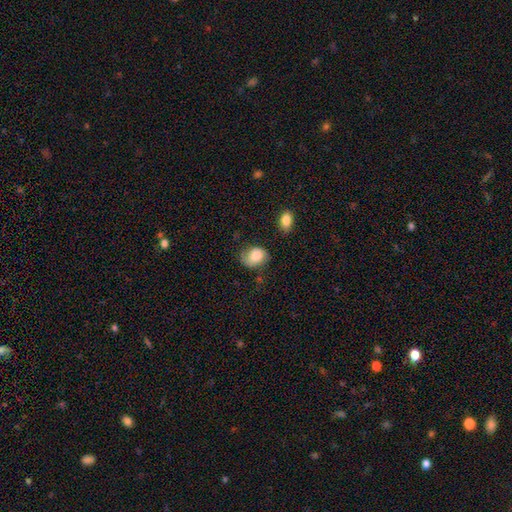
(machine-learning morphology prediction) The model was most divided on "merging": none: 48%, minor disturbance: 33%, major disturbance: 16%, merger: 3%. More confident: smooth or featured — smooth (76%); how rounded — in between (65%).